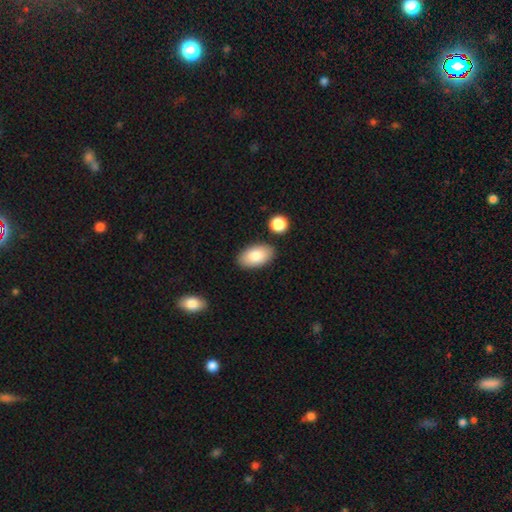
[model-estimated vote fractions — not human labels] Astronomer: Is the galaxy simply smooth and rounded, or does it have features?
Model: smooth — 84%.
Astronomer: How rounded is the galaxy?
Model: in between — 95%.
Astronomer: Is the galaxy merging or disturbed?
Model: none — 84%.